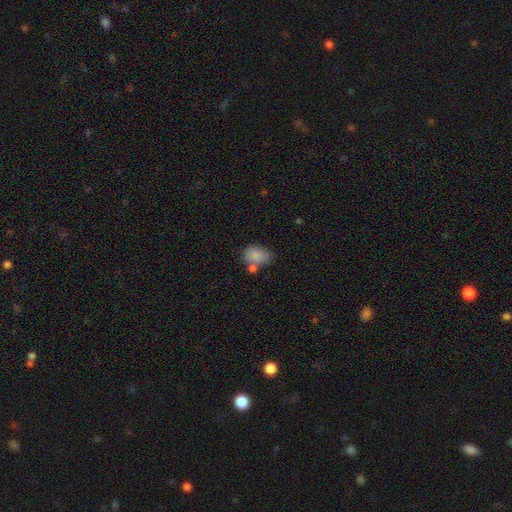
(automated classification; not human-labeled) smooth-or-featured: smooth: 83% | star or artifact: 9% | featured or disk: 8%
  how-rounded: in between: 76% | round: 23% | cigar-shaped: 1%
  merging: none: 50% | merger: 22% | minor disturbance: 21% | major disturbance: 7%